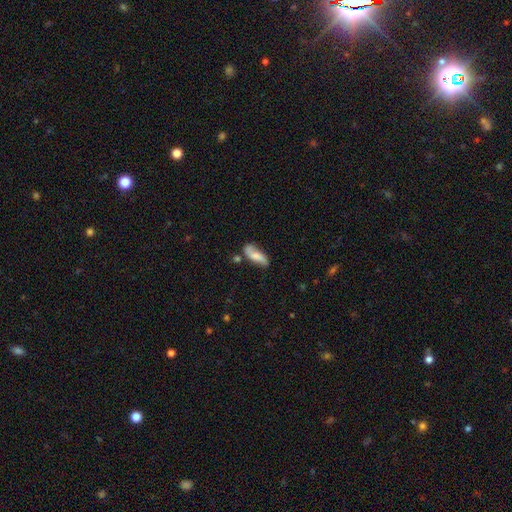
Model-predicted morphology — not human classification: A featured or disk galaxy (47%). Merging: none (61%).